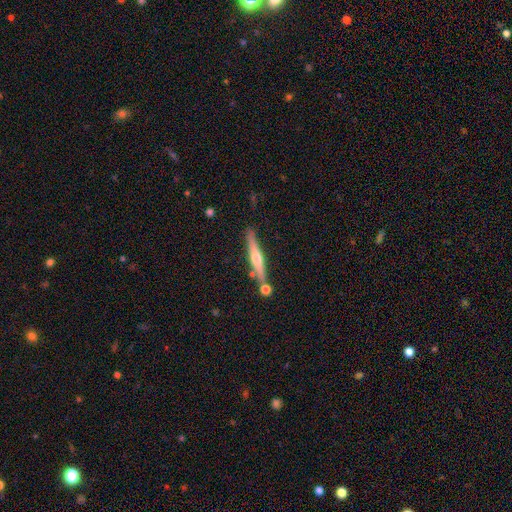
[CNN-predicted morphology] Smooth or featured: featured or disk — 66% (smooth — 28%)
Edge-on disk: yes — 97% (no — 3%)
Edge-on bulge: rounded — 87% (none — 7%)
Merging: none — 81% (minor disturbance — 10%)